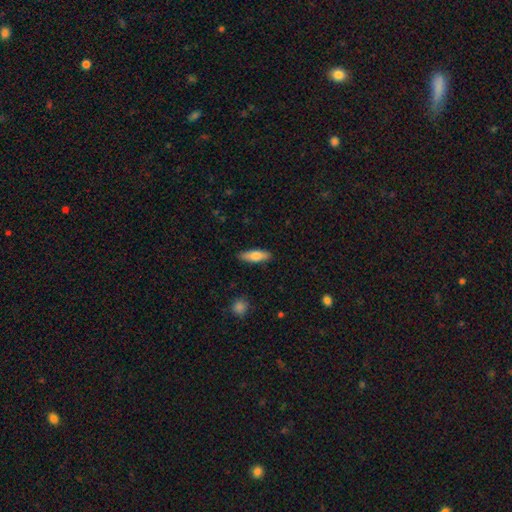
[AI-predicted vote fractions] Q: Smooth or featured?
A: smooth (75%); runner-up: featured or disk (19%)
Q: How rounded?
A: in between (54%); runner-up: cigar-shaped (44%)
Q: Merging?
A: none (88%); runner-up: minor disturbance (9%)